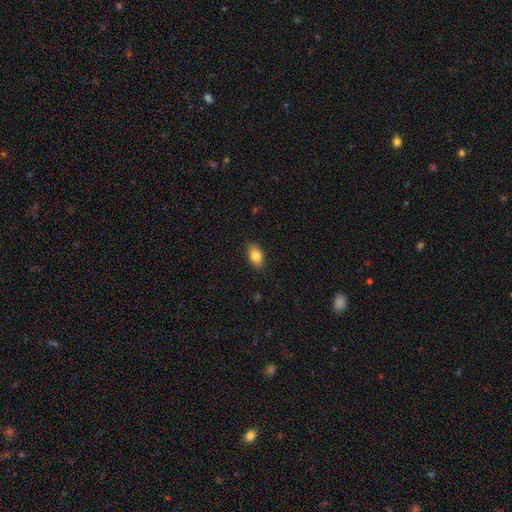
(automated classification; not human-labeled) smooth-or-featured: smooth: 83% | featured or disk: 9% | star or artifact: 8%
  how-rounded: in between: 87% | round: 11% | cigar-shaped: 2%
  merging: none: 88% | minor disturbance: 9% | major disturbance: 2% | merger: 1%